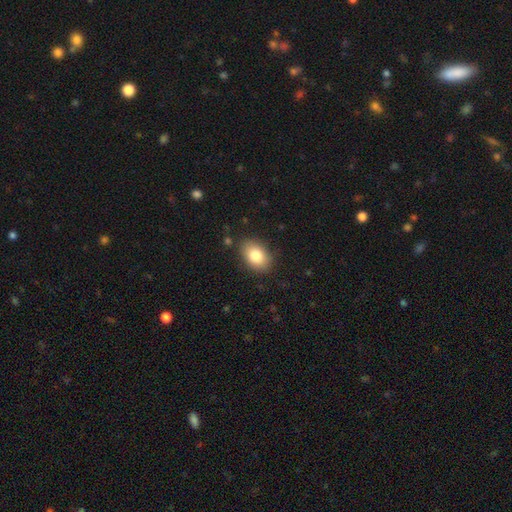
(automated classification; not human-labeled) smooth 82%, featured or disk 10%, star or artifact 8%. Down the decision tree: how rounded — in between (82%); merging — none (86%).